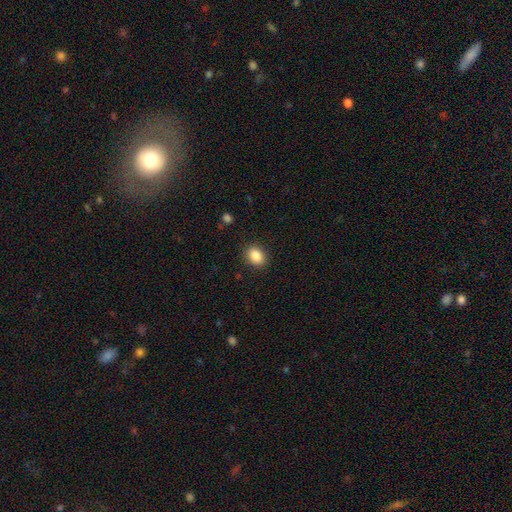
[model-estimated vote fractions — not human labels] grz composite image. It shows a smooth galaxy with no disk features (87%) that is in between round and cigar-shaped (70%). Merging: none (88%).